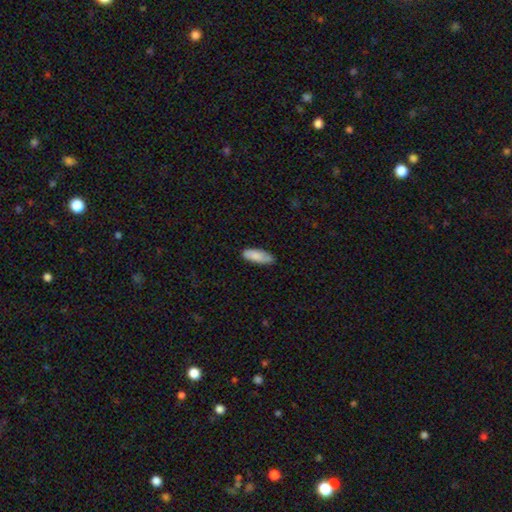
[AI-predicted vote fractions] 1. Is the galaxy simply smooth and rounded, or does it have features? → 82% smooth, 12% featured or disk, 6% star or artifact.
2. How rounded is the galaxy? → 72% in between, 27% cigar-shaped, 2% round.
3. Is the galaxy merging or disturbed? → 78% none, 18% minor disturbance, 3% major disturbance, 1% merger.